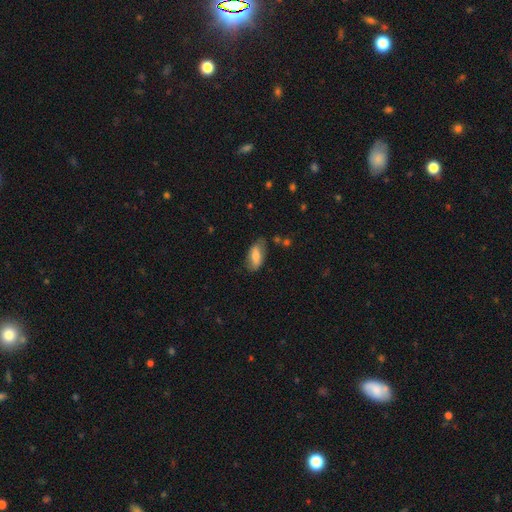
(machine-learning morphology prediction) Smooth or featured?
  - smooth: 72% *
  - featured or disk: 21%
  - star or artifact: 7%
How rounded?
  - in between: 86% *
  - cigar-shaped: 11%
  - round: 3%
Merging?
  - none: 67% *
  - minor disturbance: 24%
  - major disturbance: 7%
  - merger: 2%